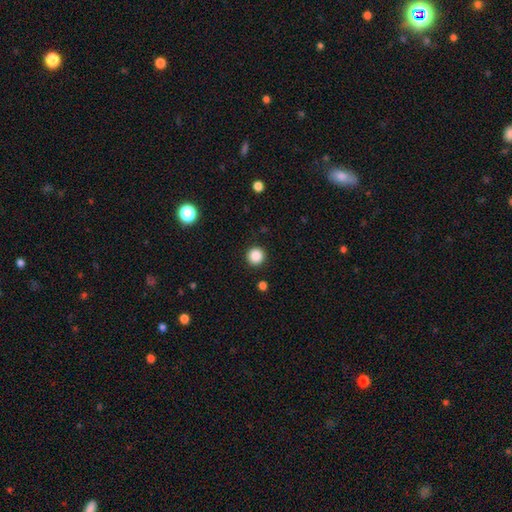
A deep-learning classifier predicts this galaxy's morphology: smooth_or_featured: smooth (p=0.87) [alt: star or artifact p=0.10]
how_rounded: round (p=0.96) [alt: in between p=0.04]
merging: none (p=0.92) [alt: minor disturbance p=0.05]